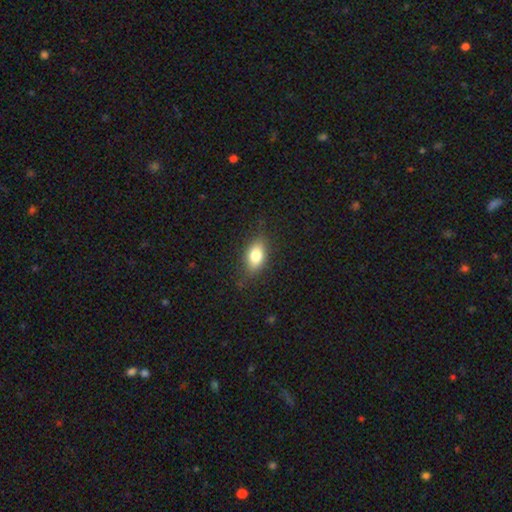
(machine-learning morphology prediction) smooth-or-featured: smooth: 76% | featured or disk: 15% | star or artifact: 9%
  how-rounded: in between: 83% | round: 11% | cigar-shaped: 6%
  merging: none: 80% | minor disturbance: 15% | major disturbance: 4% | merger: 1%